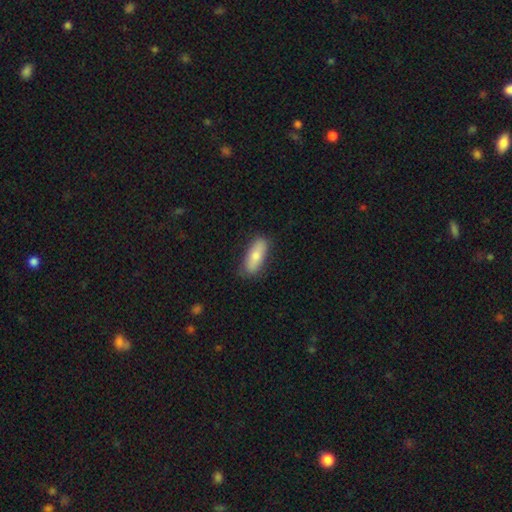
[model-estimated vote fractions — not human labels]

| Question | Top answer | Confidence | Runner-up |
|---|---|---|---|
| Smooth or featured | smooth | 77% | featured or disk (17%) |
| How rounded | in between | 67% | cigar-shaped (30%) |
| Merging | none | 82% | minor disturbance (14%) |